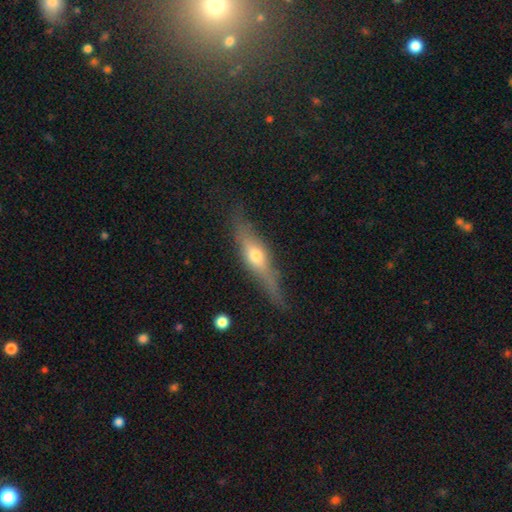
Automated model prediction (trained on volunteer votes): Overall: featured or disk (60%; smooth 33%). Edge-on disk: yes (90%). Edge-on bulge: rounded (90%). Merging: none (77%).